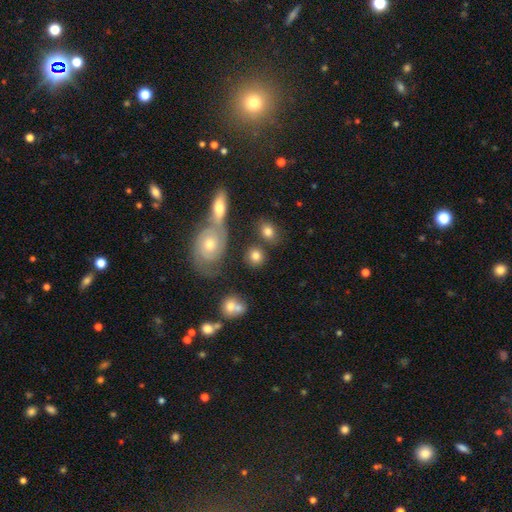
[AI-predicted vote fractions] Smooth or featured: smooth — 72% (featured or disk — 20%)
How rounded: round — 73% (in between — 24%)
Merging: none — 72% (merger — 13%)